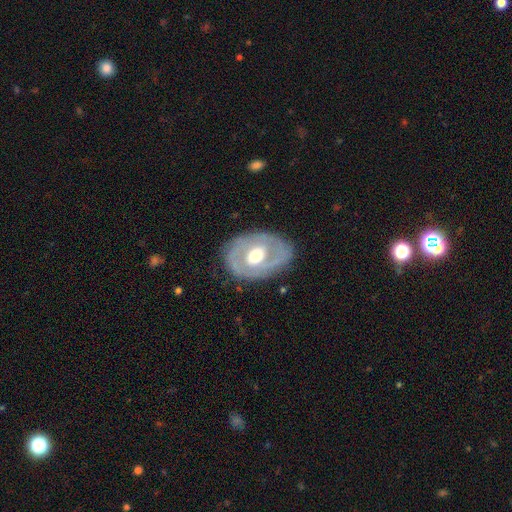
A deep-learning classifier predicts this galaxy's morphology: type=featured or disk (69%); edge-on=no (94%); bar=no (56%); spiral arms=no (56%); bulge=moderate (68%); merging=none (78%).